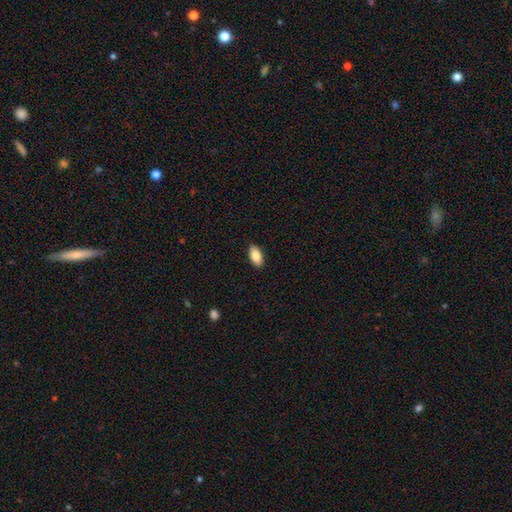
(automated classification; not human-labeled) Smooth or featured? Predicted: smooth (p=0.86). How rounded? Predicted: in between (p=0.93). Merging? Predicted: none (p=0.90).